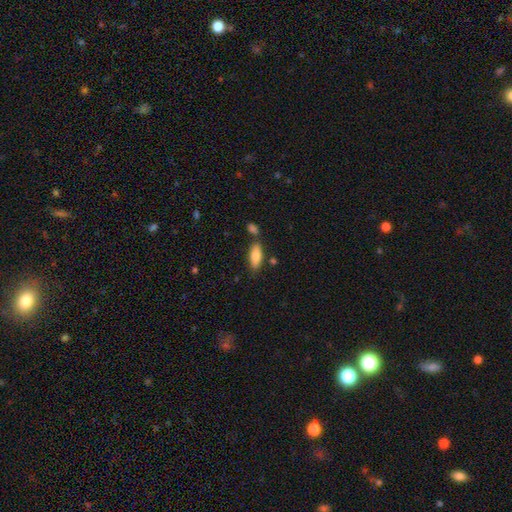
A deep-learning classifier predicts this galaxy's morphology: Smooth or featured?
  - smooth: 82% *
  - featured or disk: 11%
  - star or artifact: 7%
How rounded?
  - in between: 74% *
  - cigar-shaped: 24%
  - round: 2%
Merging?
  - none: 71% *
  - minor disturbance: 14%
  - merger: 12%
  - major disturbance: 3%